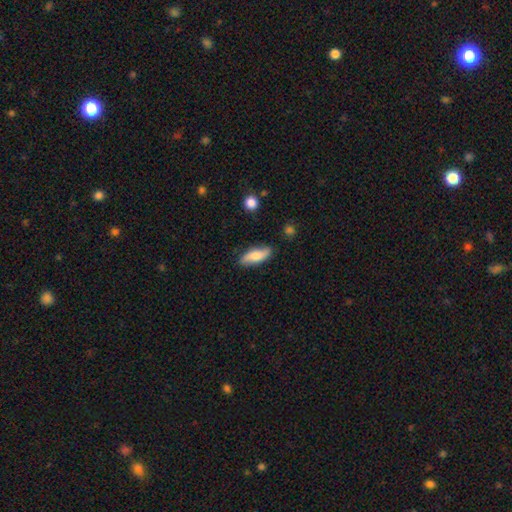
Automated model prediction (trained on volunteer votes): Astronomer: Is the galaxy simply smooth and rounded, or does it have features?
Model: smooth — 66%.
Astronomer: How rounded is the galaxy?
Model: in between — 66%.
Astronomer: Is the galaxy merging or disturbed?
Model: none — 81%.